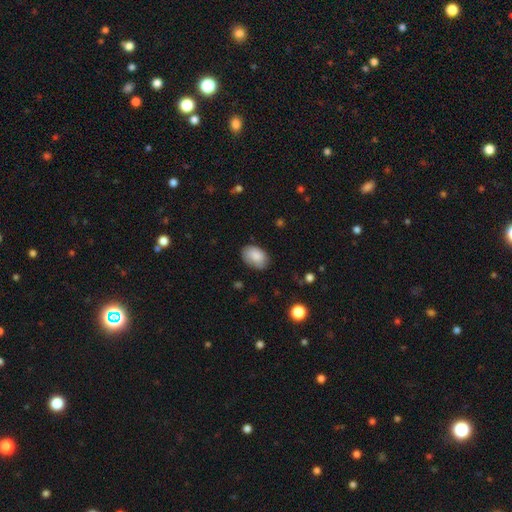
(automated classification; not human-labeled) Smooth or featured? smooth (85%)
How rounded? in between (85%)
Merging? none (76%)